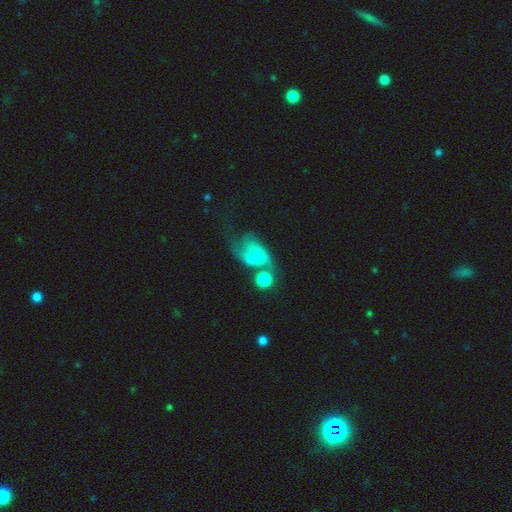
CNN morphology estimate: Smooth or featured: smooth — 49% (featured or disk — 41%)
Merging: major disturbance — 34% (tied with merger — 34%)